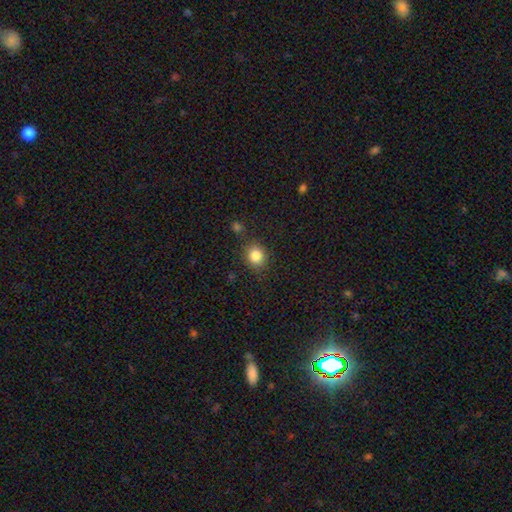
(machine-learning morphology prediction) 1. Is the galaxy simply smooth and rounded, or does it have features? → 84% smooth, 11% star or artifact, 5% featured or disk.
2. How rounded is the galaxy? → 80% round, 19% in between, 1% cigar-shaped.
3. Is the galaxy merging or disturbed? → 83% none, 10% minor disturbance, 4% merger, 3% major disturbance.